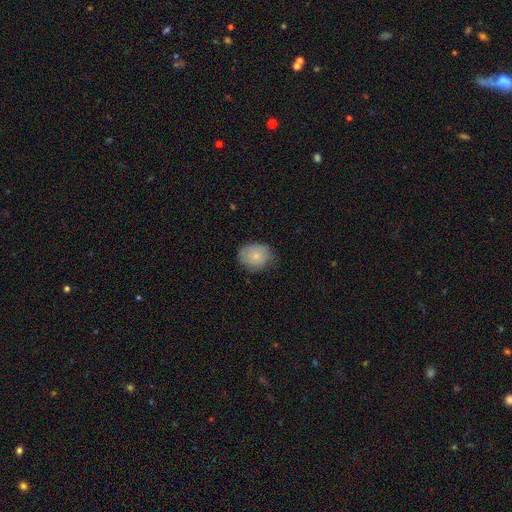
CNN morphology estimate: This appears to be a smooth galaxy with no disk features (76%) that is round (59%). Merging: none (65%).